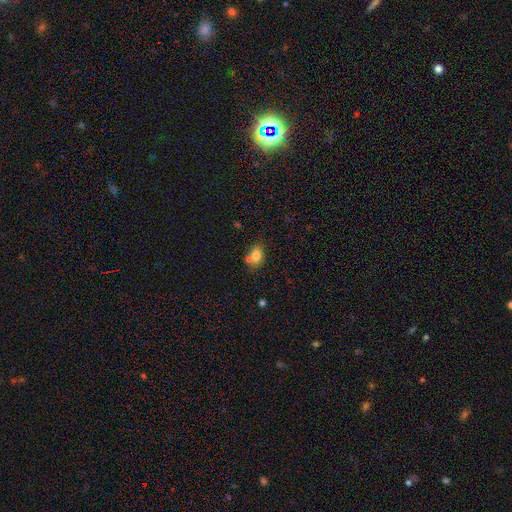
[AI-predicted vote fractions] A smooth galaxy with no disk features (77%) that is in between round and cigar-shaped (76%).

Vote fractions:
- Smooth or featured? smooth: 77% / featured or disk: 12% / star or artifact: 10%
- How rounded? in between: 76% / round: 22% / cigar-shaped: 2%
- Merging? none: 51% / merger: 28% / minor disturbance: 16% / major disturbance: 5%